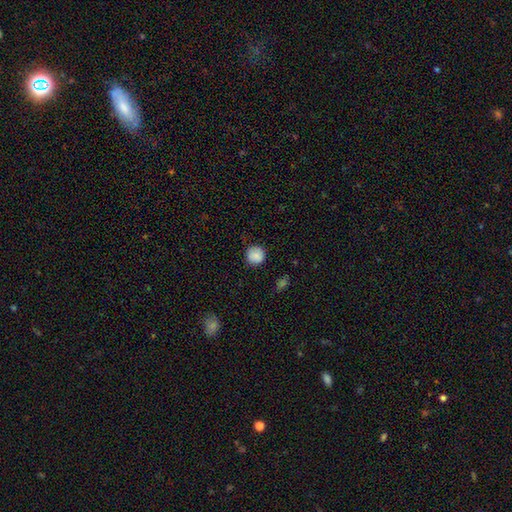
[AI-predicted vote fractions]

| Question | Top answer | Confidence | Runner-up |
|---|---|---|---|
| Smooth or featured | smooth | 87% | star or artifact (8%) |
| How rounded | round | 94% | in between (5%) |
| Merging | none | 85% | minor disturbance (12%) |